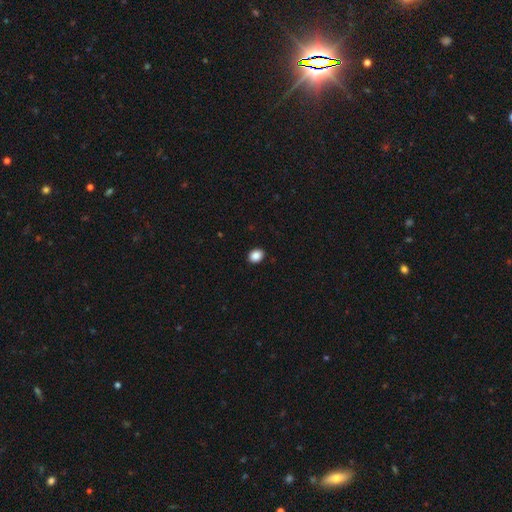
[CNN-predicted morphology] Smooth or featured?
  - smooth: 88% *
  - star or artifact: 9%
  - featured or disk: 3%
How rounded?
  - in between: 57% *
  - round: 42%
  - cigar-shaped: 1%
Merging?
  - none: 91% *
  - minor disturbance: 6%
  - major disturbance: 2%
  - merger: 1%